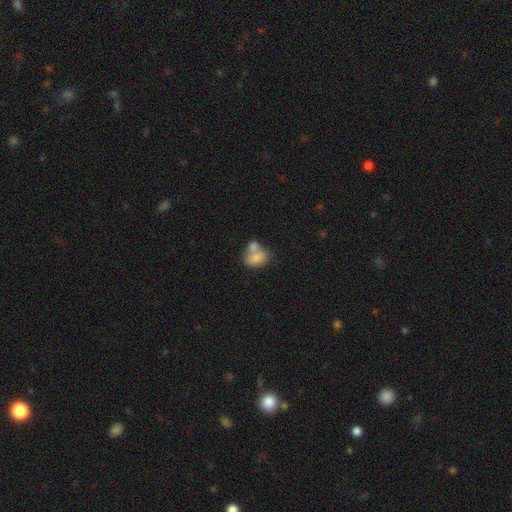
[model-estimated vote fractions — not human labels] smooth 79%, featured or disk 13%, star or artifact 8%. Down the decision tree: how rounded — in between (74%); merging — merger (58%).